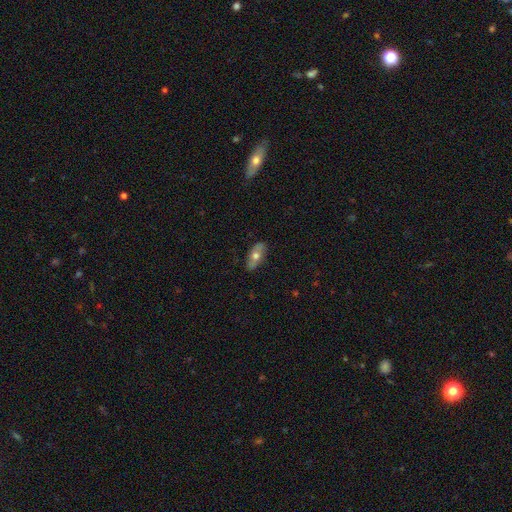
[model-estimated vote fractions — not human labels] Smooth or featured?
  - smooth: 57% *
  - featured or disk: 37%
  - star or artifact: 7%
How rounded?
  - in between: 80% *
  - cigar-shaped: 15%
  - round: 5%
Merging?
  - none: 84% *
  - minor disturbance: 13%
  - major disturbance: 2%
  - merger: 1%